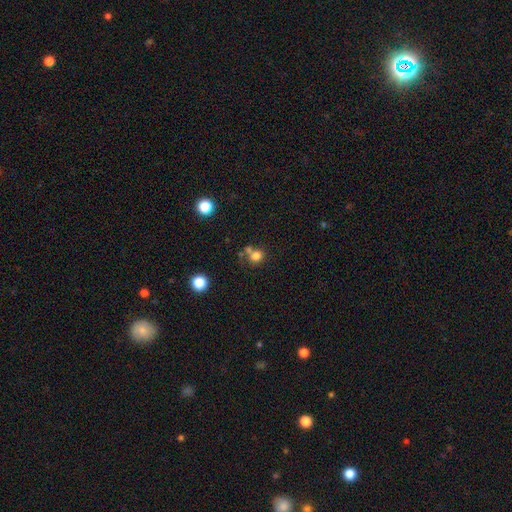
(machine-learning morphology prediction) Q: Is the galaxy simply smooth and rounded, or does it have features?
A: smooth — 76%.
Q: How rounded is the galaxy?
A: round — 82%.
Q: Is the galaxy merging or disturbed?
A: none — 51%.